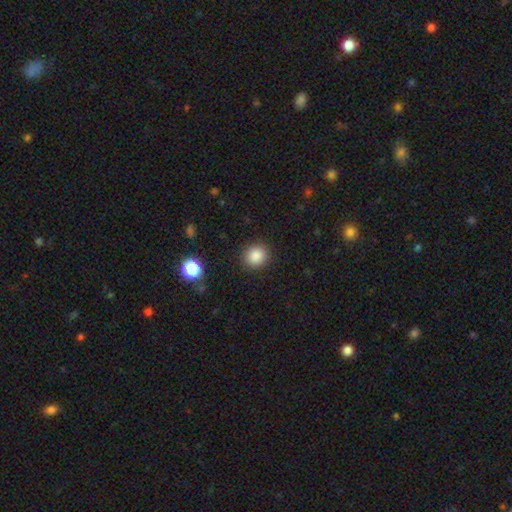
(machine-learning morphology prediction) Overall: smooth (86%). How rounded: round (88%). Merging: none (89%).